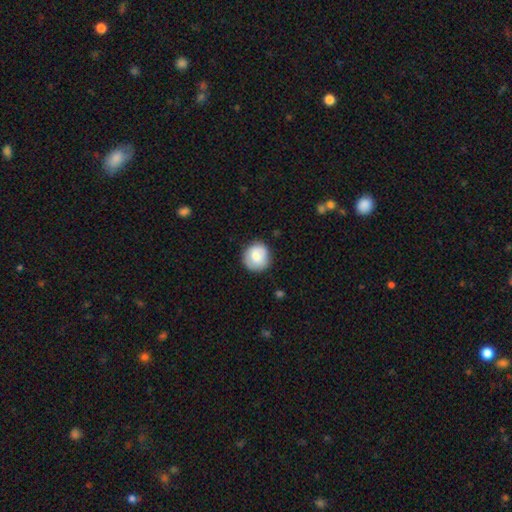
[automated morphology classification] Smooth or featured? smooth (79%)
How rounded? round (91%)
Merging? none (80%)